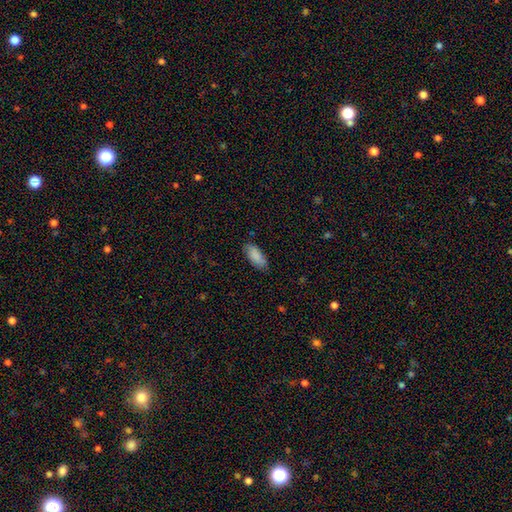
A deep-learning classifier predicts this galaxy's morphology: smooth 87%, featured or disk 7%, star or artifact 6%. Down the decision tree: how rounded — in between (85%); merging — none (81%).